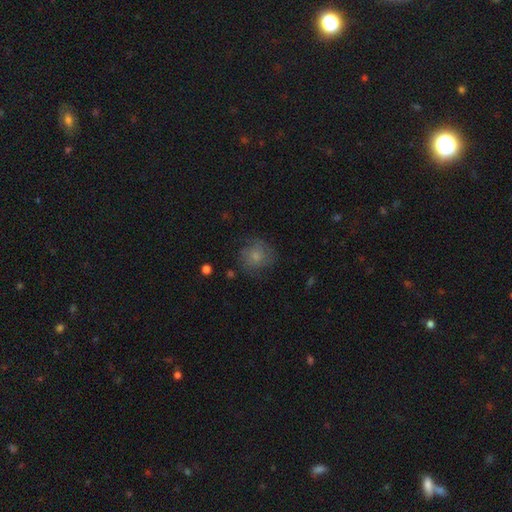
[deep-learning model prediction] A smooth galaxy with no disk features (66%) that is round (85%). Merging: none (66%).